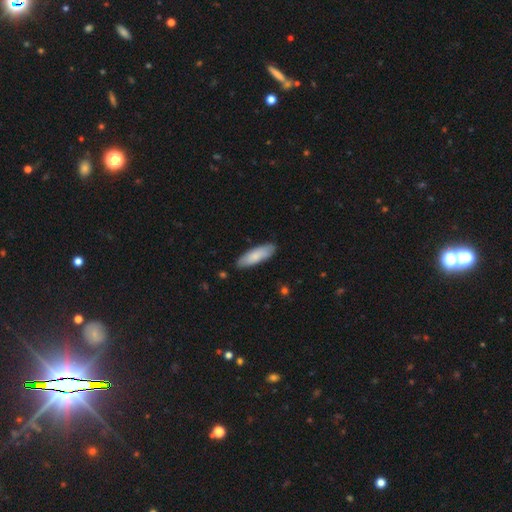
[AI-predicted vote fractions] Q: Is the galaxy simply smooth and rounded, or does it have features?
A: smooth — 83%.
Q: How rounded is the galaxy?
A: in between — 52%.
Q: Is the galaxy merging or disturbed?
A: none — 85%.